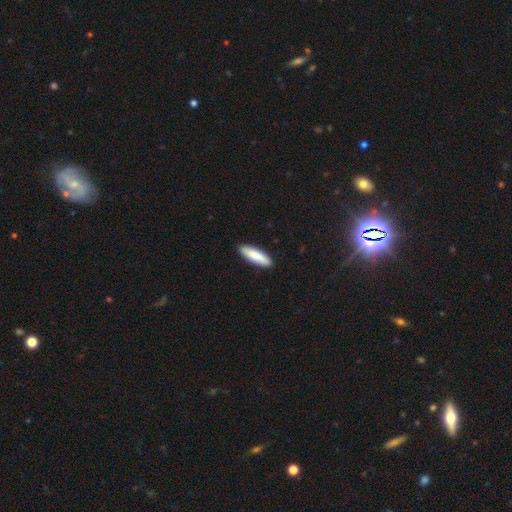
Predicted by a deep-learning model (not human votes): smooth_or_featured: smooth (p=0.85) [alt: featured or disk p=0.10]
how_rounded: cigar-shaped (p=0.60) [alt: in between p=0.39]
merging: none (p=0.90) [alt: minor disturbance p=0.07]